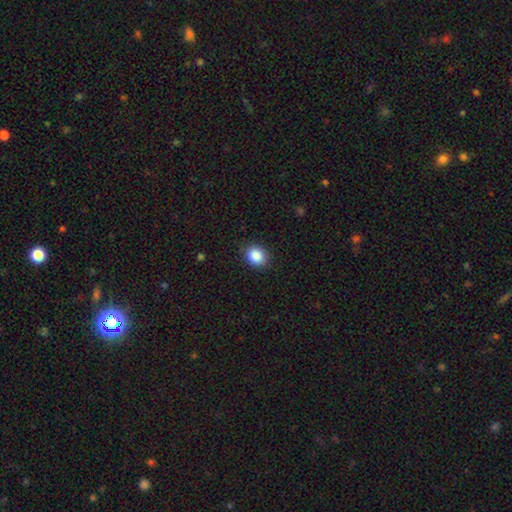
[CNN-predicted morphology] Smooth or featured: smooth — 87% (star or artifact — 9%)
How rounded: round — 55% (in between — 44%)
Merging: none — 87% (minor disturbance — 9%)